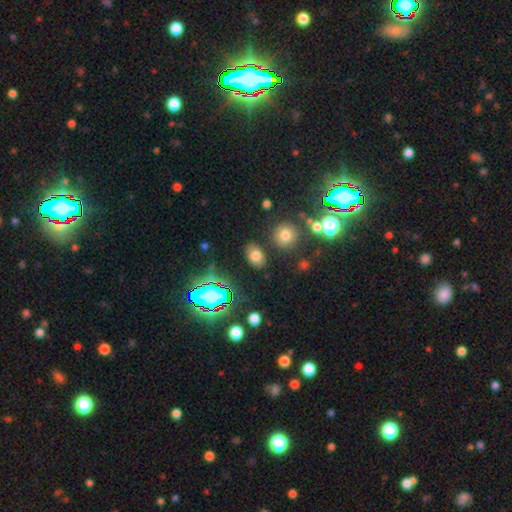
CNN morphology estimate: smooth-or-featured: smooth: 70% | star or artifact: 19% | featured or disk: 11%
  how-rounded: in between: 79% | round: 19% | cigar-shaped: 2%
  merging: none: 83% | minor disturbance: 10% | merger: 4% | major disturbance: 3%